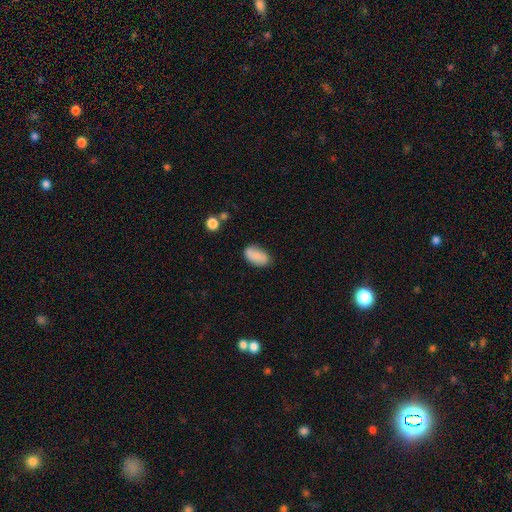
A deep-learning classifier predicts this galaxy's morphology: Overall: smooth (78%). How rounded: in between (93%). Merging: none (70%).